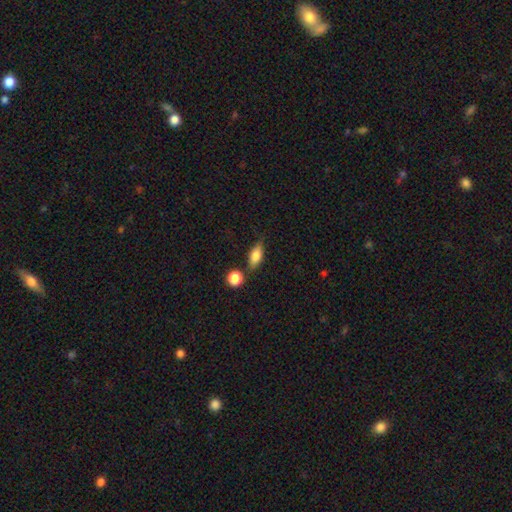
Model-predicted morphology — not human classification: smooth-or-featured: smooth: 74% | featured or disk: 18% | star or artifact: 8%
  how-rounded: in between: 74% | cigar-shaped: 18% | round: 8%
  merging: none: 70% | minor disturbance: 17% | merger: 9% | major disturbance: 5%